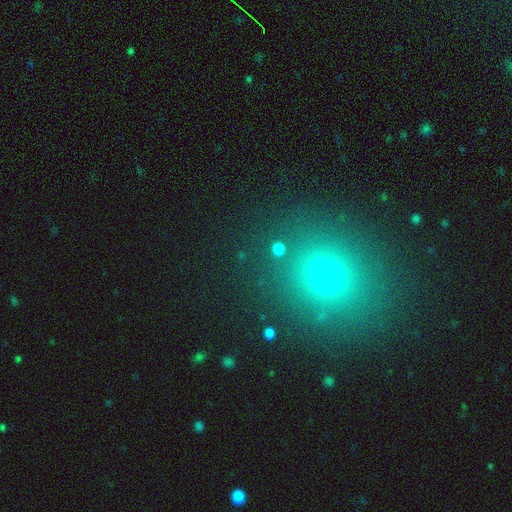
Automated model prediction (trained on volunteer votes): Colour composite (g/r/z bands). It shows a smooth galaxy with no disk features (60%) that is round (78%). Merging: none (89%).